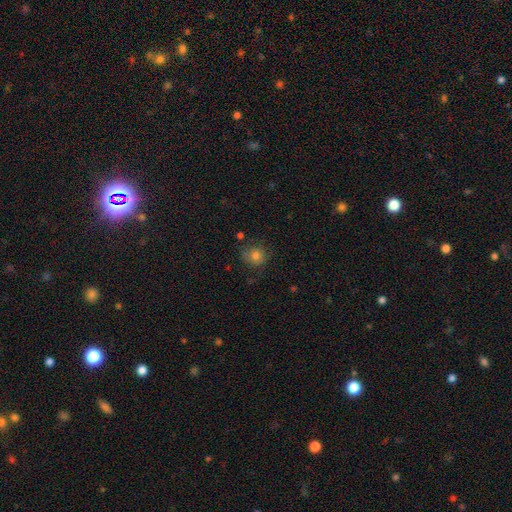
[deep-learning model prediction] Smooth or featured? smooth (76%)
How rounded? round (84%)
Merging? none (72%)